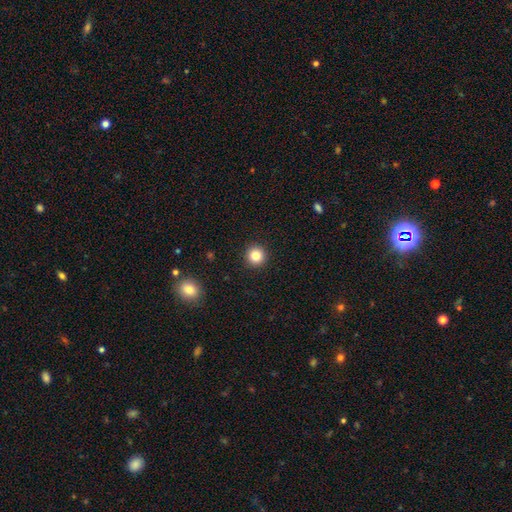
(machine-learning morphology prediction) smooth-or-featured: smooth: 83% | star or artifact: 11% | featured or disk: 5%
  how-rounded: round: 95% | in between: 4% | cigar-shaped: 1%
  merging: none: 93% | minor disturbance: 4% | major disturbance: 2% | merger: 1%